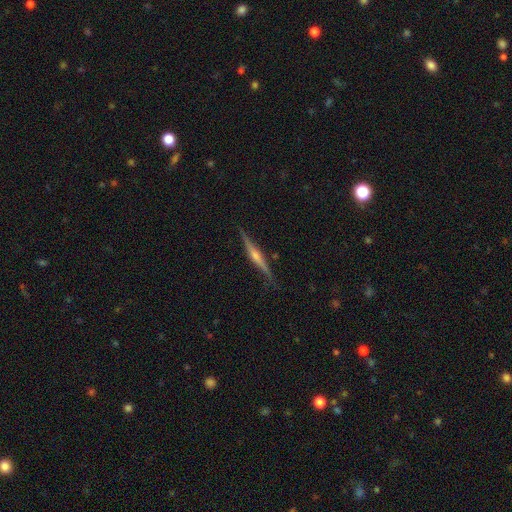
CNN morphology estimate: featured or disk 79%, smooth 15%, star or artifact 6%. Down the decision tree: edge-on disk — yes (98%); edge-on bulge — rounded (82%); merging — none (85%).